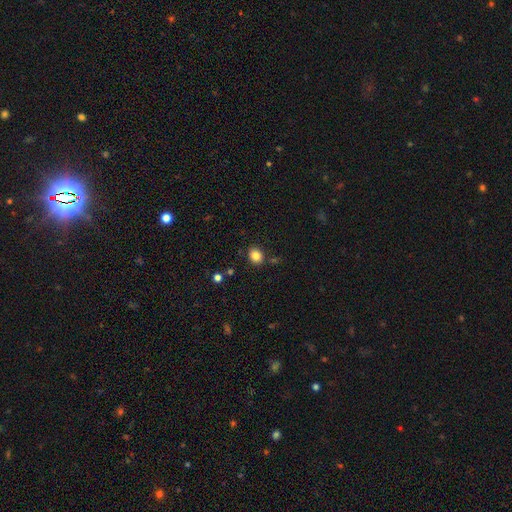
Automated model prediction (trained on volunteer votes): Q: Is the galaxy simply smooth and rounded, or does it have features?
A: smooth — 84%.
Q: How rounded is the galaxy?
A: round — 58%.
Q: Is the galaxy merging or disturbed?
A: none — 83%.